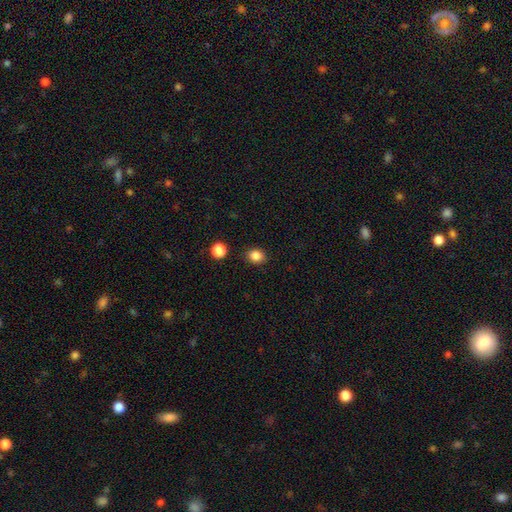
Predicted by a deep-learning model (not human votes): Q: Smooth or featured?
A: smooth (85%); runner-up: star or artifact (11%)
Q: How rounded?
A: round (64%); runner-up: in between (35%)
Q: Merging?
A: none (88%); runner-up: minor disturbance (7%)